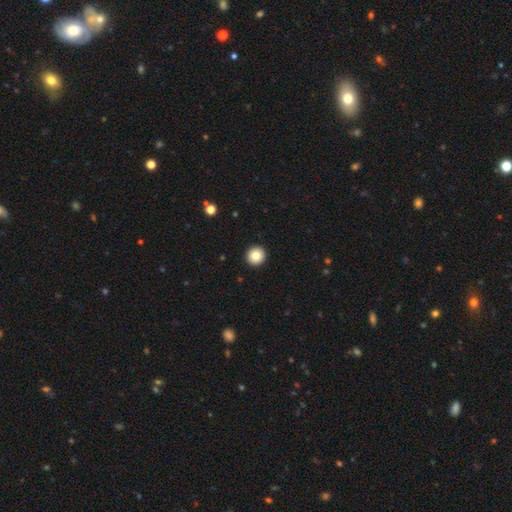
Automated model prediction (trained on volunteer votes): A smooth galaxy with no disk features (82%) that is round (95%). Merging: none (94%).